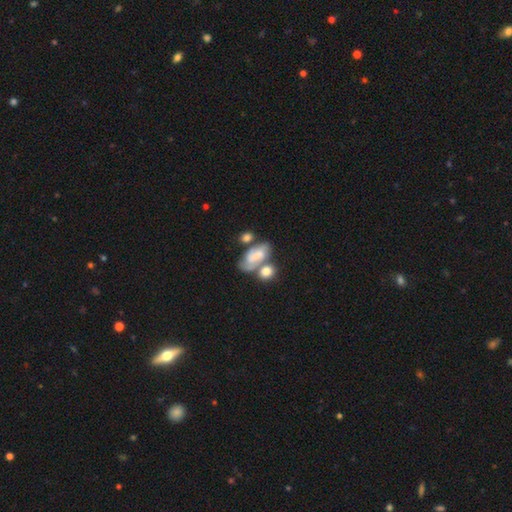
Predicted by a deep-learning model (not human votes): Smooth or featured? Predicted: smooth (p=0.48). Merging? Predicted: merger (p=0.39).